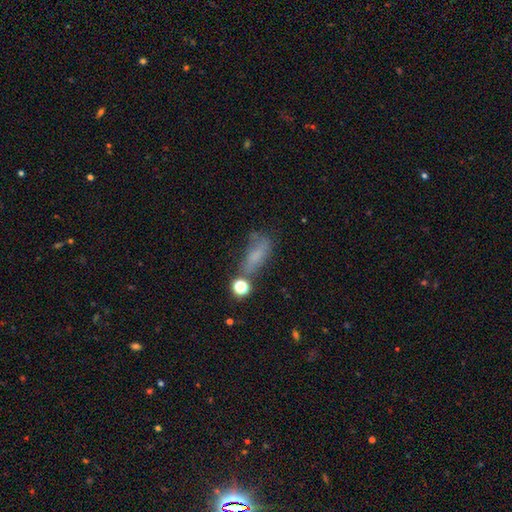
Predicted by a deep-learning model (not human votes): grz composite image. It shows a smooth galaxy with no disk features (56%) that is in between round and cigar-shaped (63%). Merging: none (39%).